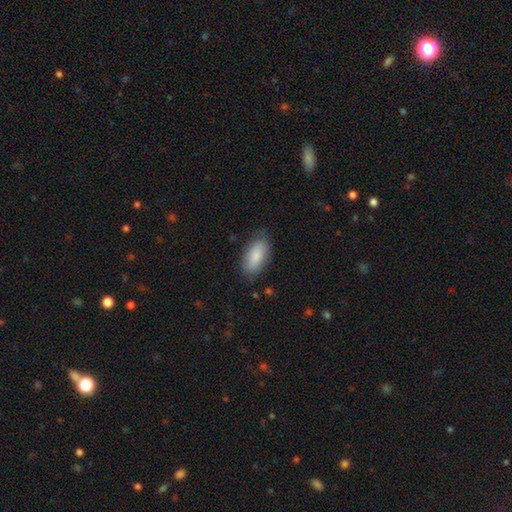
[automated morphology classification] This is clearly a smooth galaxy (85%). How rounded: clearly in between (90%). Merging: likely none (79%).